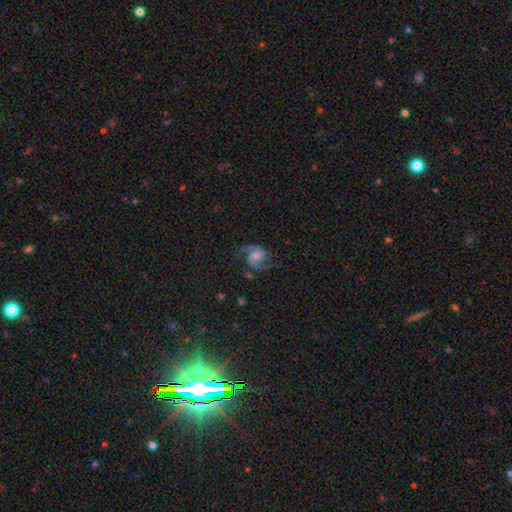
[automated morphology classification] smooth-or-featured: featured or disk: 85% | smooth: 7% | star or artifact: 7%
  disk-edge-on: no: 98% | yes: 2%
    bar: no: 47% | weak: 44% | strong: 10%
    has-spiral-arms: yes: 97% | no: 3%
      spiral-winding: medium: 56% | loose: 29% | tight: 15%
      spiral-arm-count: 2: 92% | can't tell: 2% | 1: 2% | 3: 2% | 4: 1% | more than 4: 1%
    bulge-size: moderate: 46% | small: 35% | none: 9% | large: 8% | dominant: 2%
  merging: none: 74% | minor disturbance: 15% | major disturbance: 9% | merger: 2%